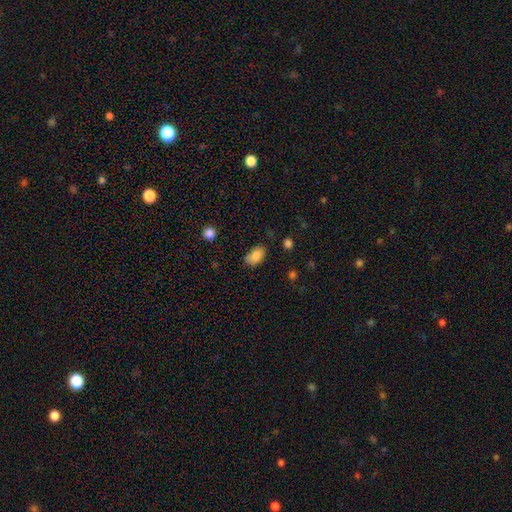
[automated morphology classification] smooth 83%, featured or disk 8%, star or artifact 8%. Down the decision tree: how rounded — in between (89%); merging — none (69%).